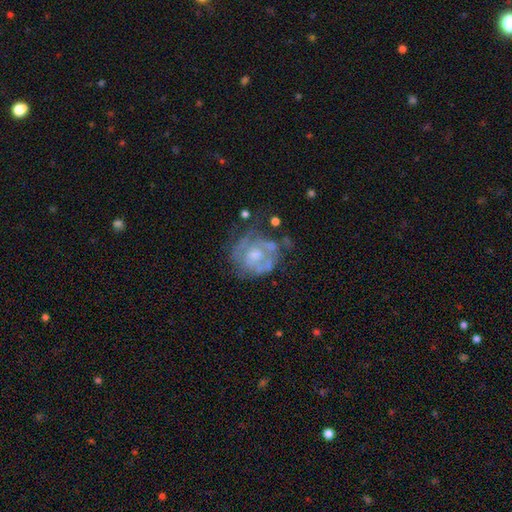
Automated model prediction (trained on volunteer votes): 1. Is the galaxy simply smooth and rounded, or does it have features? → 67% featured or disk, 24% smooth, 9% star or artifact.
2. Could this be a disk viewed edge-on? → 98% no, 2% yes.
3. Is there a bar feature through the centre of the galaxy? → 79% no, 18% weak, 3% strong.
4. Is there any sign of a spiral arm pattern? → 59% no, 41% yes.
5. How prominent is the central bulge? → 50% moderate, 27% small, 14% none, 7% large, 1% dominant.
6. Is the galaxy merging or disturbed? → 45% none, 25% minor disturbance, 24% major disturbance, 6% merger.